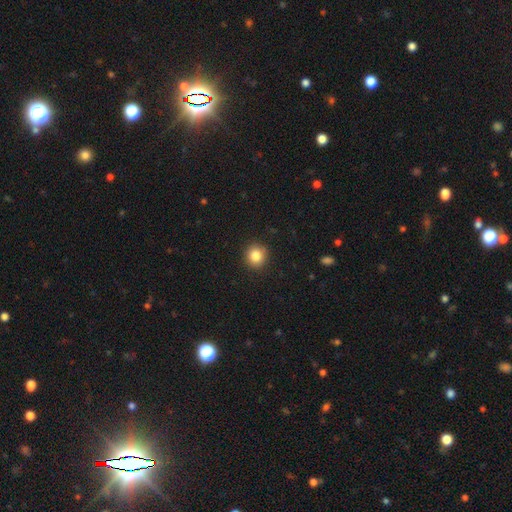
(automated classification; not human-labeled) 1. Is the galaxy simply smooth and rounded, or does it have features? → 85% smooth, 10% star or artifact, 5% featured or disk.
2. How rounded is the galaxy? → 90% round, 9% in between, 1% cigar-shaped.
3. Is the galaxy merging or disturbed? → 91% none, 6% minor disturbance, 2% major disturbance, 1% merger.